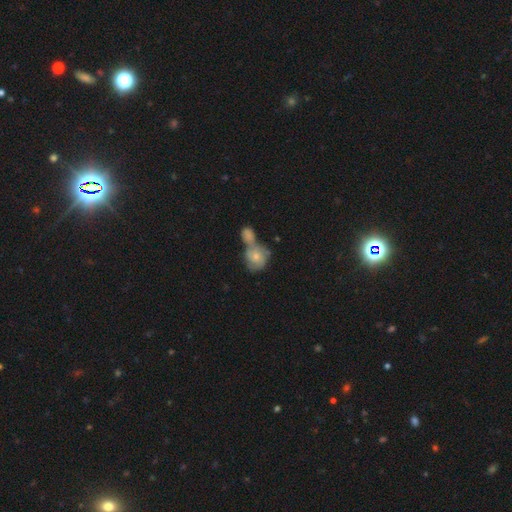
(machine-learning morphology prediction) The model was most divided on "smooth or featured": smooth: 54%, featured or disk: 38%, star or artifact: 8%. More confident: how rounded — round (66%); merging — merger (65%).